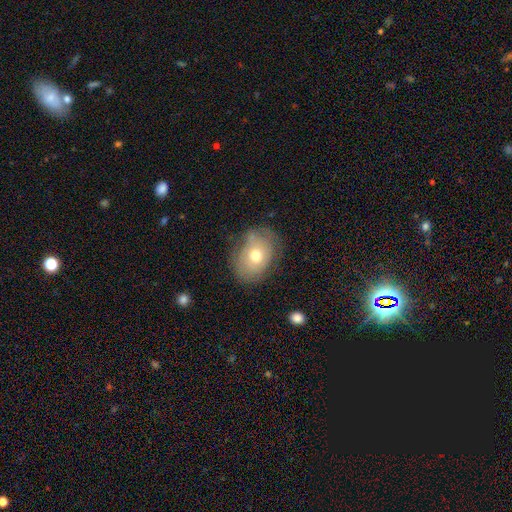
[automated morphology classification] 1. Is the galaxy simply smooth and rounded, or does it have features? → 65% smooth, 26% featured or disk, 9% star or artifact.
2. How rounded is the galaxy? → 67% in between, 32% round, 1% cigar-shaped.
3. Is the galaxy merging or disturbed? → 62% none, 26% minor disturbance, 10% major disturbance, 2% merger.